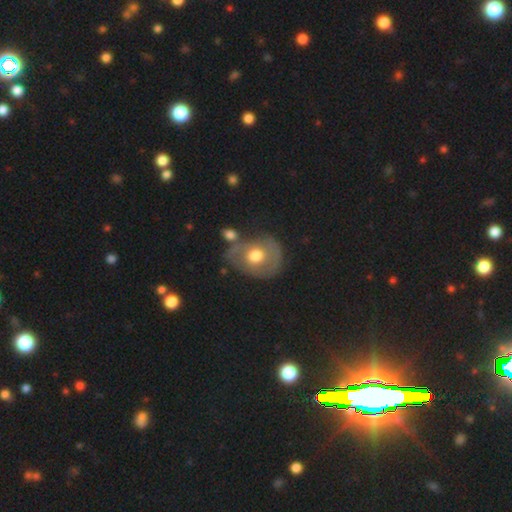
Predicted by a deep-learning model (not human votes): Smooth or featured: featured or disk — 48% (smooth — 44%)
Merging: none — 51% (minor disturbance — 22%)